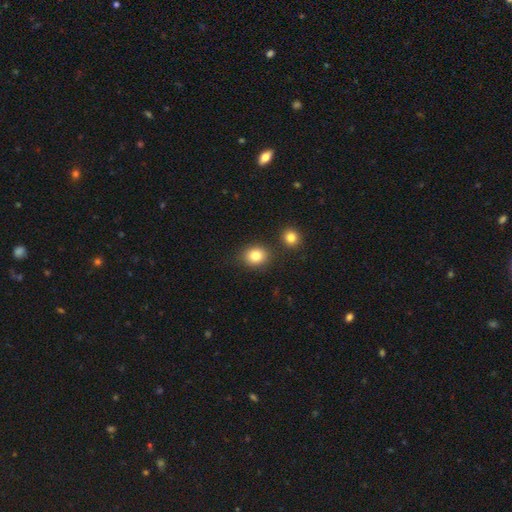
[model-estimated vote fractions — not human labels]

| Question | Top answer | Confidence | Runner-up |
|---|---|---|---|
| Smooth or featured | smooth | 83% | star or artifact (10%) |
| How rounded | round | 66% | in between (33%) |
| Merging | none | 81% | minor disturbance (9%) |